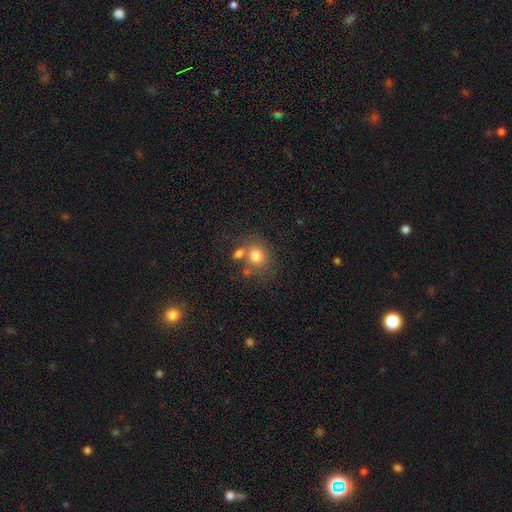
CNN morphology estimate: A smooth galaxy with no disk features (77%) that is round (73%).

Vote fractions:
- Smooth or featured? smooth: 77% / featured or disk: 12% / star or artifact: 11%
- How rounded? round: 73% / in between: 26% / cigar-shaped: 1%
- Merging? none: 51% / merger: 30% / minor disturbance: 13% / major disturbance: 6%